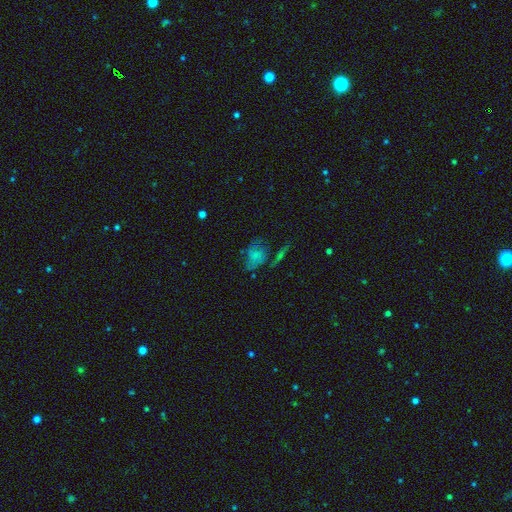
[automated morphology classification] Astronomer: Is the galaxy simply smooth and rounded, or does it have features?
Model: smooth — 54% (runner-up: featured or disk, 31%).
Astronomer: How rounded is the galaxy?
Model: in between — 78%.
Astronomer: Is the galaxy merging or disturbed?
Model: none — 39% (runner-up: minor disturbance, 24%).